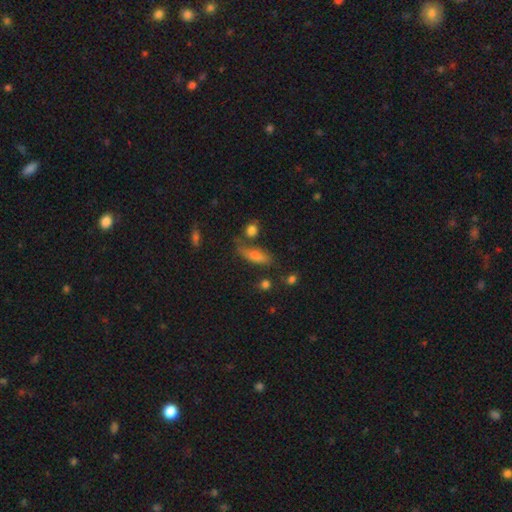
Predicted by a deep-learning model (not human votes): The model was most divided on "how rounded": in between: 54%, cigar-shaped: 41%, round: 5%. More confident: smooth or featured — smooth (76%); merging — none (53%).